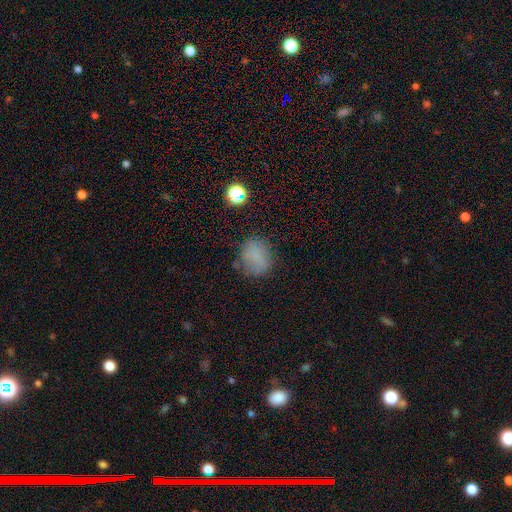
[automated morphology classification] smooth 74%, star or artifact 14%, featured or disk 11%. Down the decision tree: how rounded — round (68%); merging — none (69%).